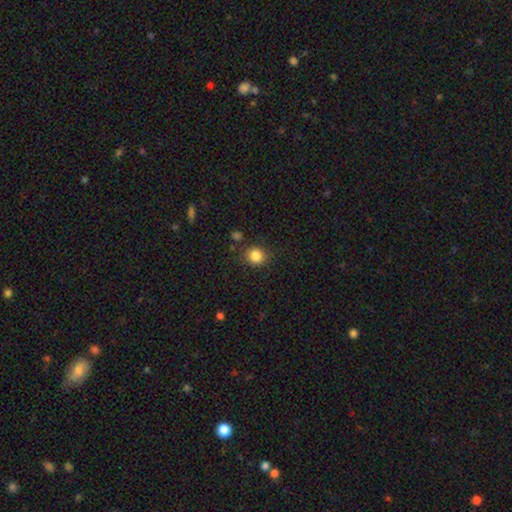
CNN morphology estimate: This appears to be a smooth galaxy with no disk features (85%) that is round (81%). Merging: none (83%).